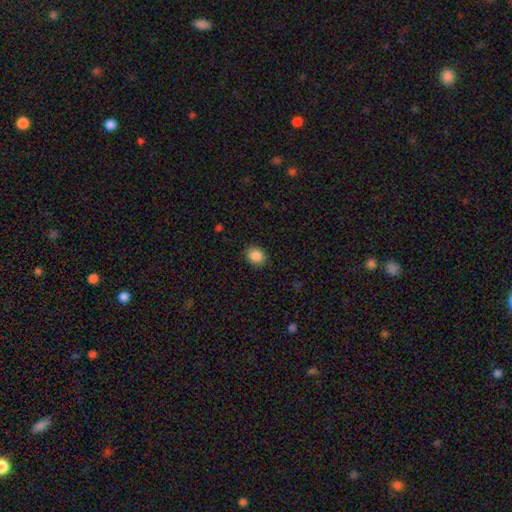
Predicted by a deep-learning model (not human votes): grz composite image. It shows a smooth galaxy with no disk features (88%) that is round (65%). Merging: none (88%).